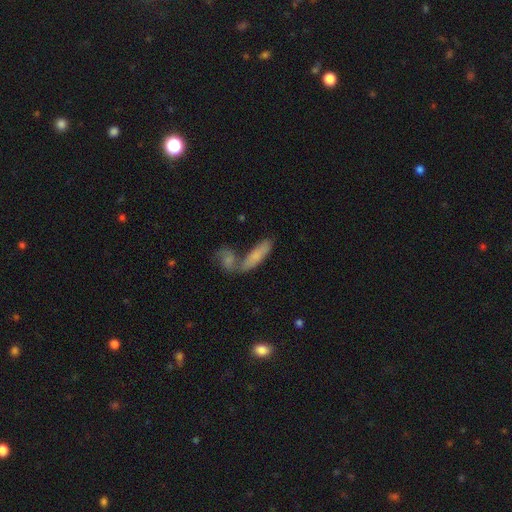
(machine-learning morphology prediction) This is likely a smooth galaxy (68%). How rounded: possibly cigar-shaped (58%). Merging: marginally merger (45%).